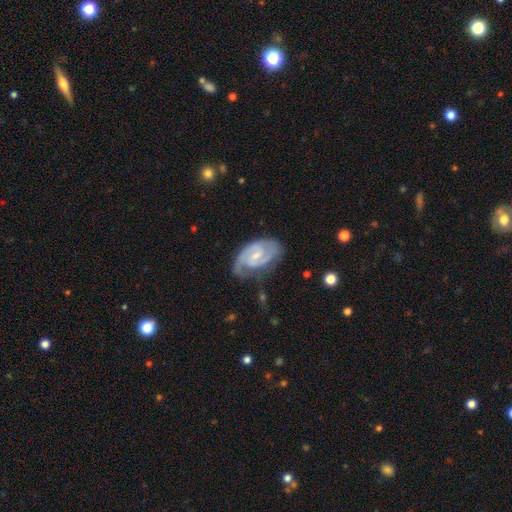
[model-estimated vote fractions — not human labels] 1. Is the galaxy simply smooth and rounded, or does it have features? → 84% featured or disk, 11% smooth, 5% star or artifact.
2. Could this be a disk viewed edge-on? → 97% no, 3% yes.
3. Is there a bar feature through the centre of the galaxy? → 57% weak, 29% no, 15% strong.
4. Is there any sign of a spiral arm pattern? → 96% yes, 4% no.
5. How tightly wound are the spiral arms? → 45% medium, 44% tight, 12% loose.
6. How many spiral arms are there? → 77% 2, 9% can't tell, 7% 1, 5% 3, 1% 4, 1% more than 4.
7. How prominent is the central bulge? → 62% small, 28% moderate, 7% none, 1% large, 1% dominant.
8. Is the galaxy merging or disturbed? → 61% none, 25% minor disturbance, 11% major disturbance, 3% merger.